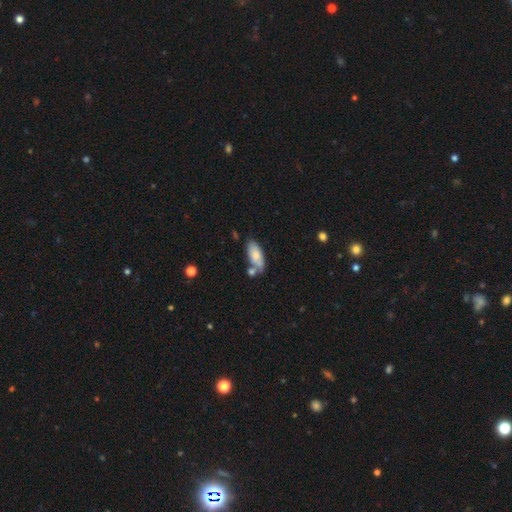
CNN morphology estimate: Overall: smooth (76%). How rounded: in between (85%). Merging: none (56%; merger 20%).